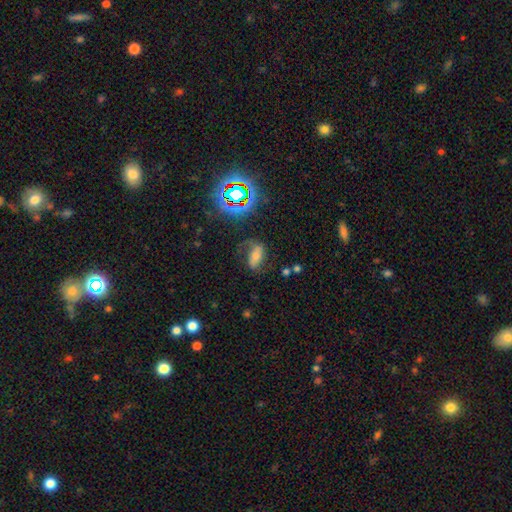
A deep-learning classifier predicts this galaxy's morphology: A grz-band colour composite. It shows a smooth galaxy with no disk features (40%). Merging: none (54%).